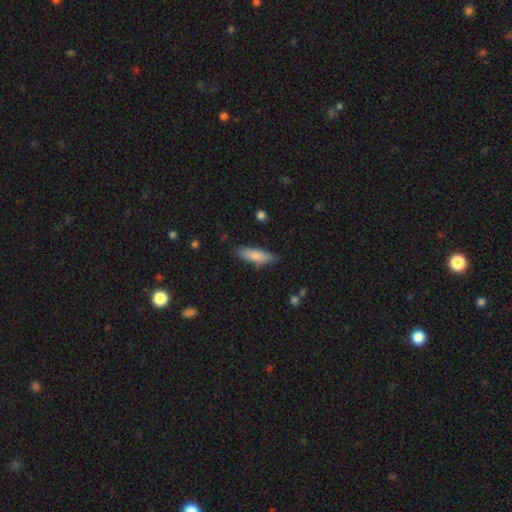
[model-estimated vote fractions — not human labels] A smooth galaxy with no disk features (81%) that is cigar-shaped (53%). Merging: none (80%).